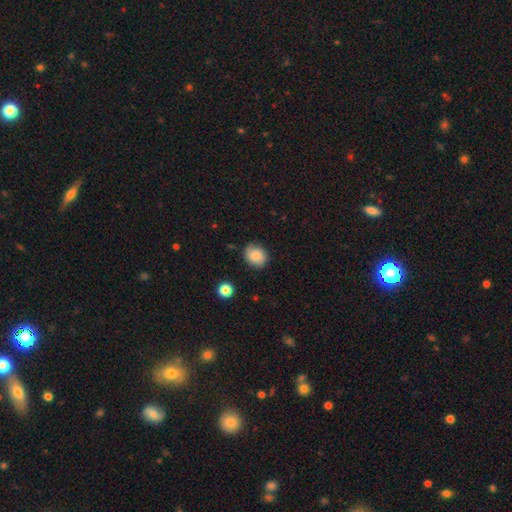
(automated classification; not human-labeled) A smooth galaxy with no disk features (75%) that is round (62%).

Vote fractions:
- Smooth or featured? smooth: 75% / featured or disk: 16% / star or artifact: 9%
- How rounded? round: 62% / in between: 37% / cigar-shaped: 1%
- Merging? none: 79% / minor disturbance: 17% / major disturbance: 3% / merger: 1%